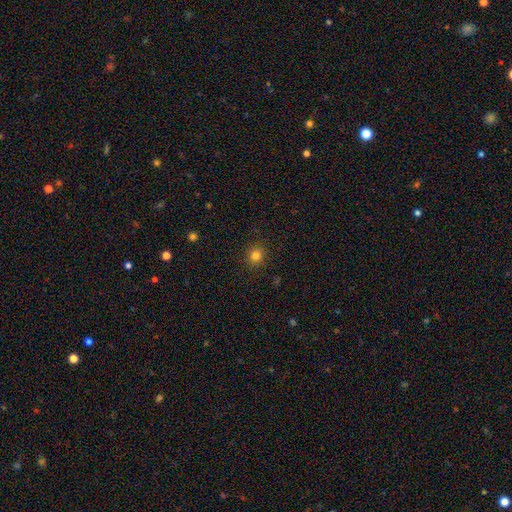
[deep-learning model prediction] Overall: smooth (81%). How rounded: round (86%). Merging: none (90%).